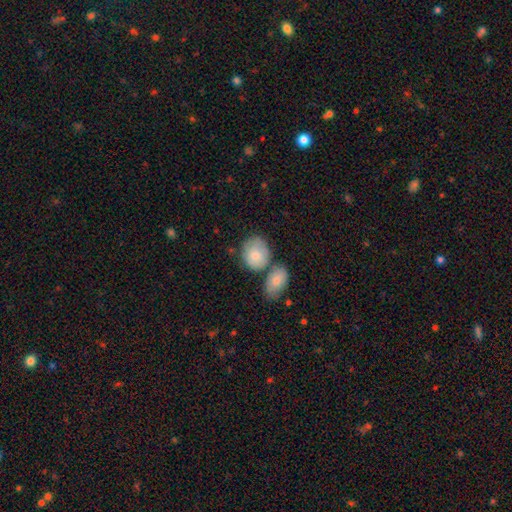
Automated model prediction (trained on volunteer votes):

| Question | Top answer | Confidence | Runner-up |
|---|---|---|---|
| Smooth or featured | smooth | 78% | featured or disk (16%) |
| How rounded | round | 57% | in between (42%) |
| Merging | none | 47% | merger (30%) |